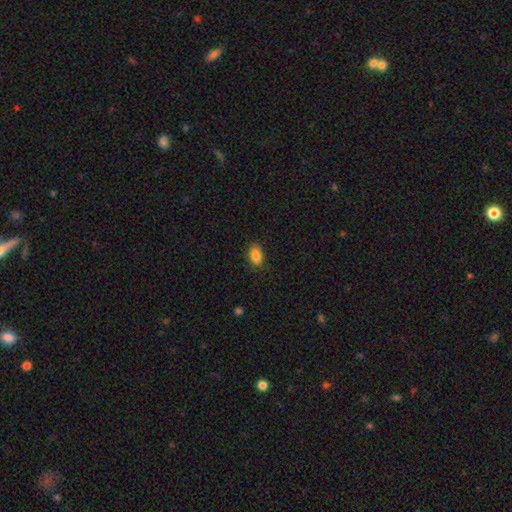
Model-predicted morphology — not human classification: Smooth or featured: smooth — 87% (star or artifact — 9%)
How rounded: in between — 87% (round — 11%)
Merging: none — 86% (minor disturbance — 10%)